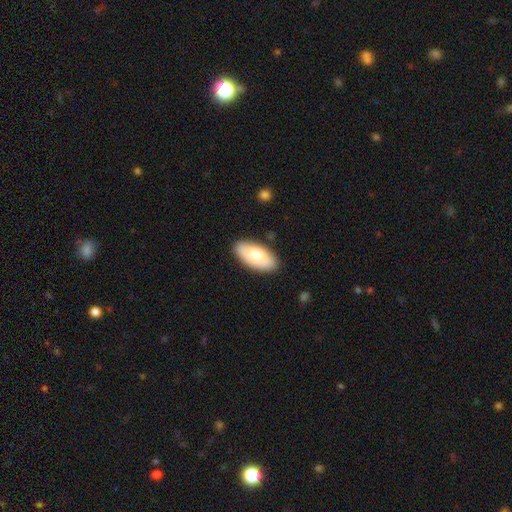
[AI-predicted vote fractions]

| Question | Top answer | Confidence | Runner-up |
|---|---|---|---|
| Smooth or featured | smooth | 74% | featured or disk (21%) |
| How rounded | in between | 92% | cigar-shaped (6%) |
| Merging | none | 86% | minor disturbance (10%) |